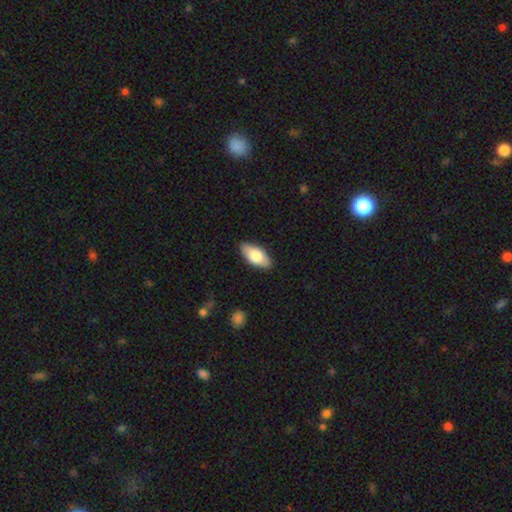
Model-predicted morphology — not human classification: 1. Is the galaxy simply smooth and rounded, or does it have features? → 76% smooth, 19% featured or disk, 6% star or artifact.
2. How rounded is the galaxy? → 88% in between, 9% cigar-shaped, 2% round.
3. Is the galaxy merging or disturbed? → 87% none, 10% minor disturbance, 2% major disturbance, 1% merger.